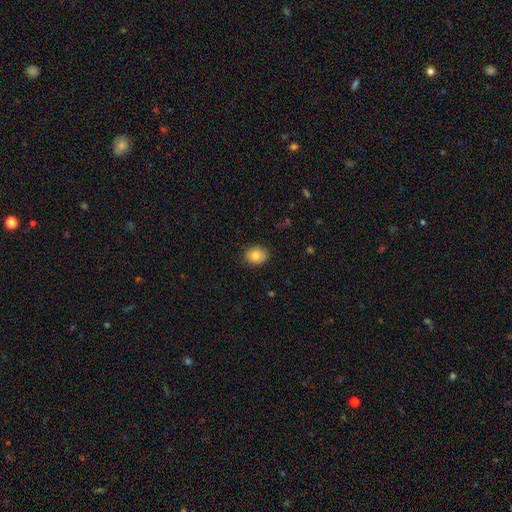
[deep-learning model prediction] This appears to be a smooth galaxy with no disk features (81%) that is in between round and cigar-shaped (50%). Merging: none (86%).